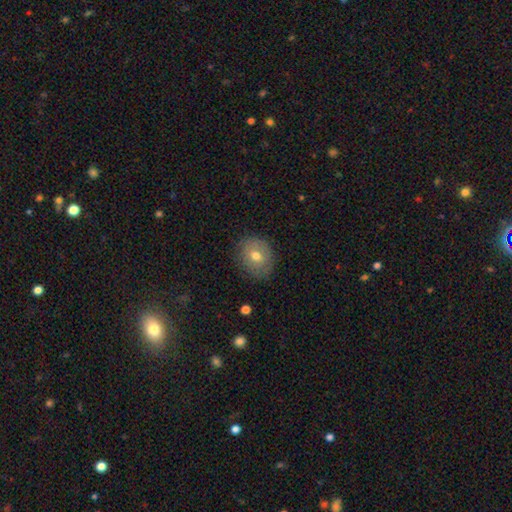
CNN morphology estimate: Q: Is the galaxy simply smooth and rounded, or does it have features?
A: smooth — 67%.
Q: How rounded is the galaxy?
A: round — 64%.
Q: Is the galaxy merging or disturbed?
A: none — 80%.